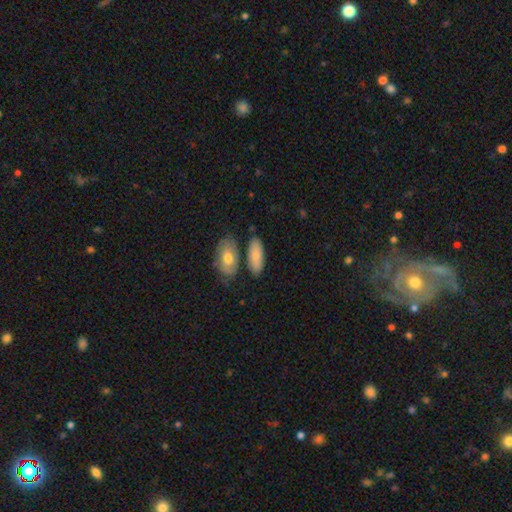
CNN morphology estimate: Overall: smooth (81%). How rounded: in between (80%). Merging: none (69%).